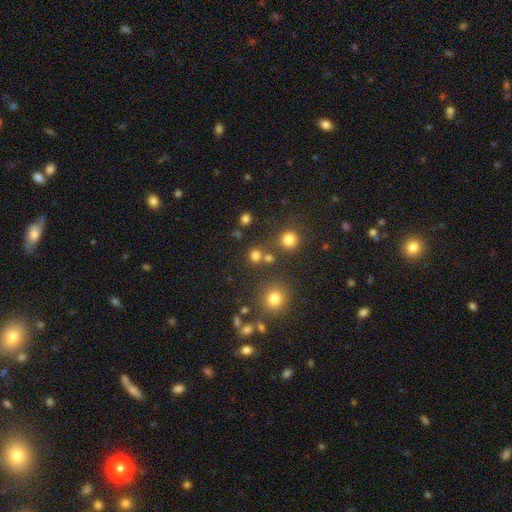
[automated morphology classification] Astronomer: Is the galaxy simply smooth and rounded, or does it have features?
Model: smooth — 76%.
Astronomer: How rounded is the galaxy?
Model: round — 90%.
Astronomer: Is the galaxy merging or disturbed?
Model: none — 73%.